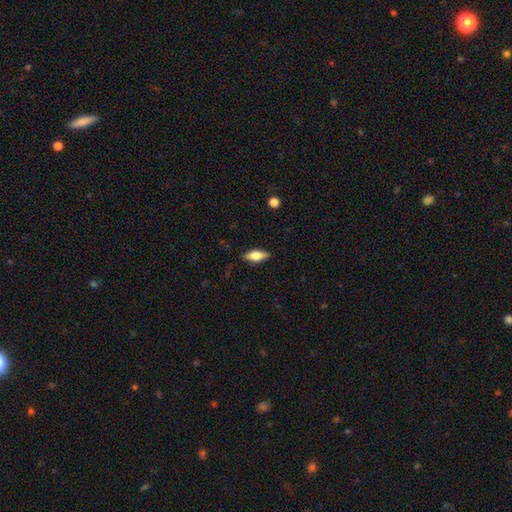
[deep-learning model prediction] smooth 63%, featured or disk 30%, star or artifact 7%. Down the decision tree: how rounded — in between (76%); merging — none (86%).